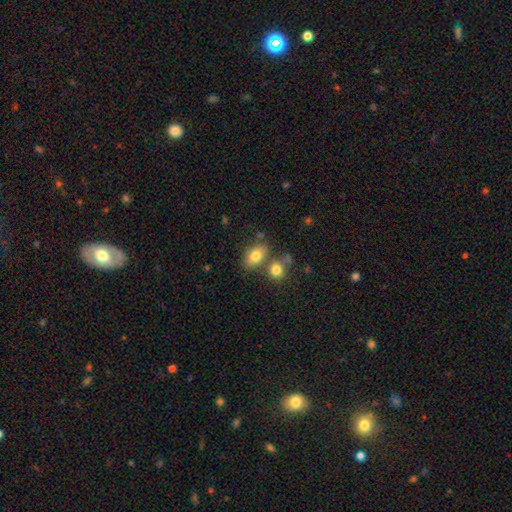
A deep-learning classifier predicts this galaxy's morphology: This appears to be a smooth galaxy with no disk features (80%) that is in between round and cigar-shaped (86%). Merging: none (62%).